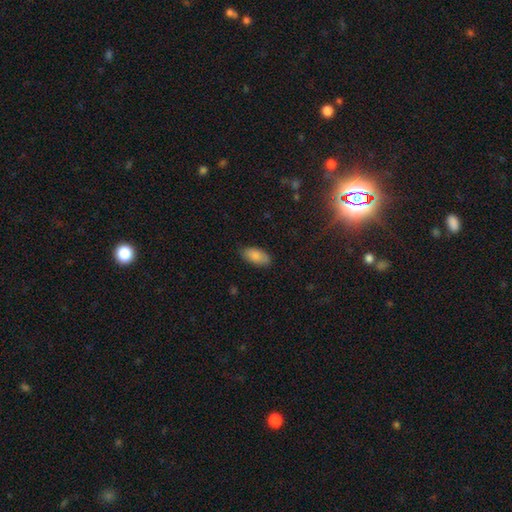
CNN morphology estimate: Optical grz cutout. It shows a smooth galaxy with no disk features (85%) that is in between round and cigar-shaped (92%). Merging: none (81%).